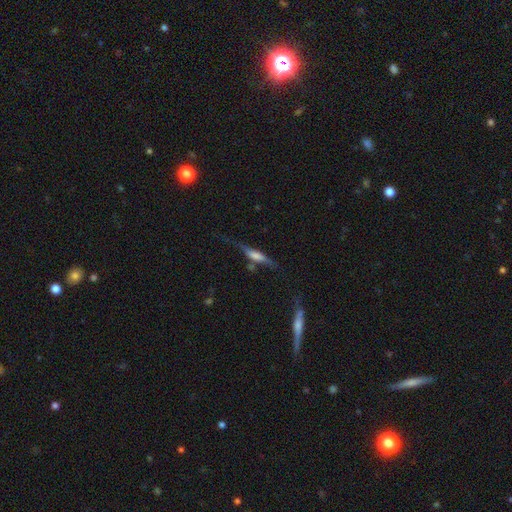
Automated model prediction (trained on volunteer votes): The model was most divided on "smooth or featured": featured or disk: 51%, smooth: 41%, star or artifact: 7%. More confident: edge-on disk — yes (88%); merging — none (57%).